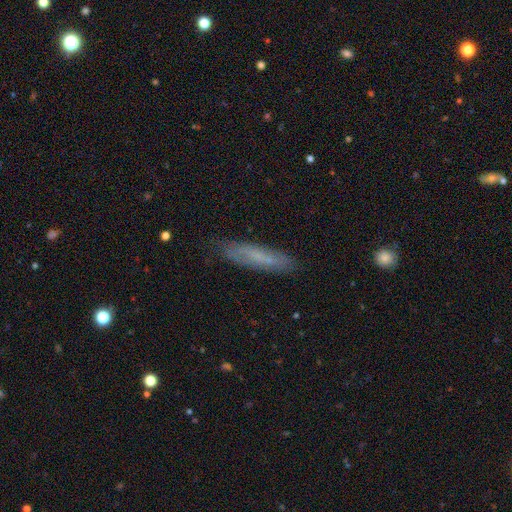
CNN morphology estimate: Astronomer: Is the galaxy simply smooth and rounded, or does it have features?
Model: smooth — 54% (runner-up: featured or disk, 38%).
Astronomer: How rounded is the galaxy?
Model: cigar-shaped — 82%.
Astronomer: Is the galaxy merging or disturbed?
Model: none — 81%.